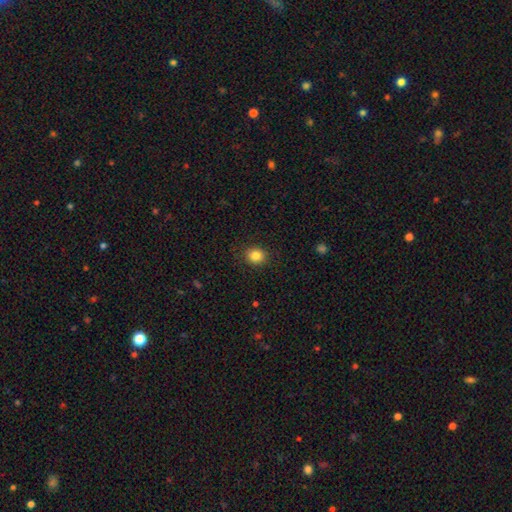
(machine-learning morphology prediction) A smooth galaxy with no disk features (84%) that is round (73%).

Vote fractions:
- Smooth or featured? smooth: 84% / star or artifact: 11% / featured or disk: 5%
- How rounded? round: 73% / in between: 26% / cigar-shaped: 1%
- Merging? none: 89% / minor disturbance: 7% / major disturbance: 2% / merger: 1%